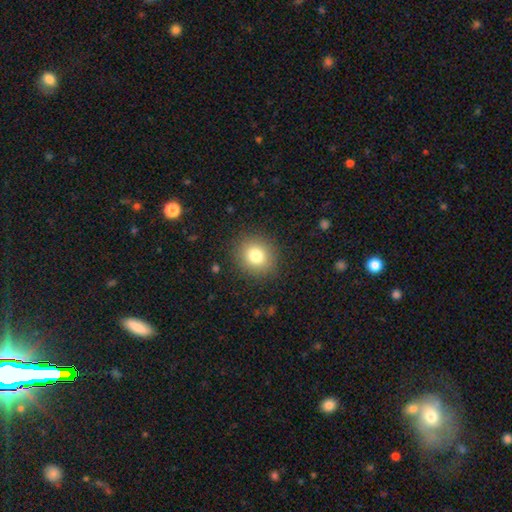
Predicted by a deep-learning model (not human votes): Smooth or featured?
  - smooth: 79% *
  - star or artifact: 12%
  - featured or disk: 9%
How rounded?
  - round: 83% *
  - in between: 16%
  - cigar-shaped: 1%
Merging?
  - none: 88% *
  - minor disturbance: 7%
  - major disturbance: 3%
  - merger: 1%